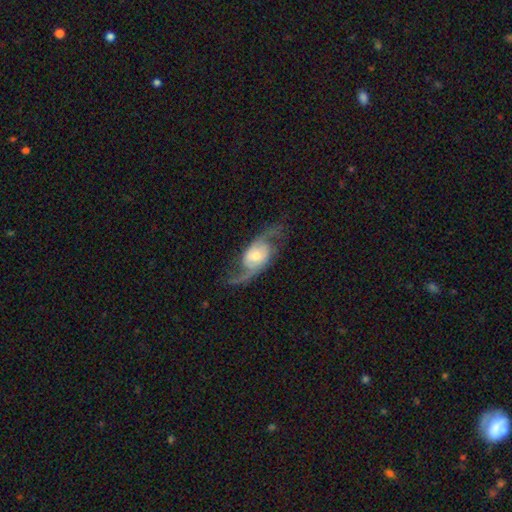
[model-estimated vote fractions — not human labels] Smooth or featured? Predicted: featured or disk (p=0.86). Edge-on disk? Predicted: no (p=0.95). Bar? Predicted: no (p=0.55). Spiral arms? Predicted: yes (p=0.96). Spiral winding? Predicted: loose (p=0.63). Spiral arm count? Predicted: 2 (p=0.93). Bulge size? Predicted: moderate (p=0.50). Merging? Predicted: none (p=0.71).